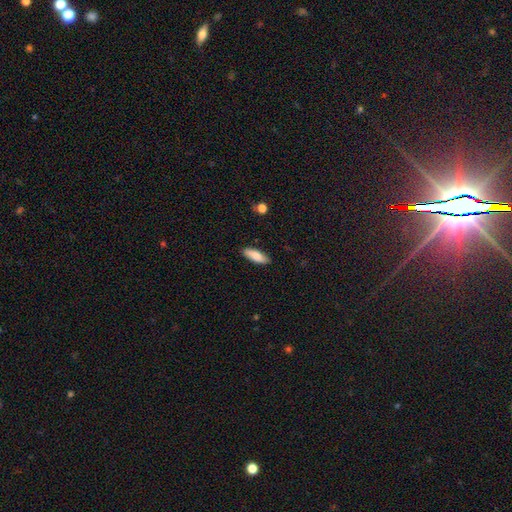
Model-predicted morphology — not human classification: Smooth or featured?
  - smooth: 86% *
  - featured or disk: 8%
  - star or artifact: 6%
How rounded?
  - in between: 64% *
  - cigar-shaped: 34%
  - round: 2%
Merging?
  - none: 87% *
  - minor disturbance: 10%
  - major disturbance: 2%
  - merger: 1%